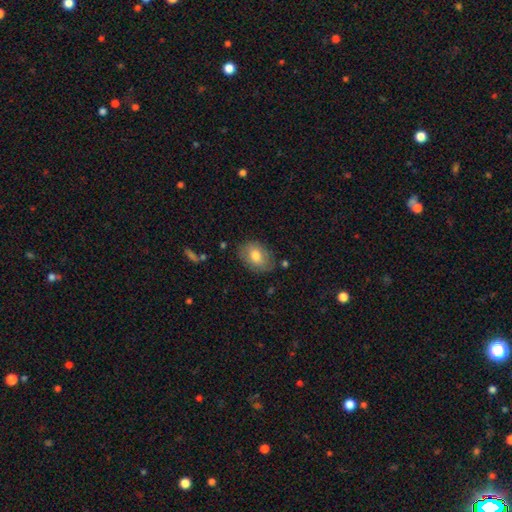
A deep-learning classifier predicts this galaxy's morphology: A smooth galaxy with no disk features (75%) that is in between round and cigar-shaped (80%).

Vote fractions:
- Smooth or featured? smooth: 75% / featured or disk: 17% / star or artifact: 7%
- How rounded? in between: 80% / round: 19% / cigar-shaped: 1%
- Merging? none: 77% / minor disturbance: 17% / major disturbance: 4% / merger: 2%